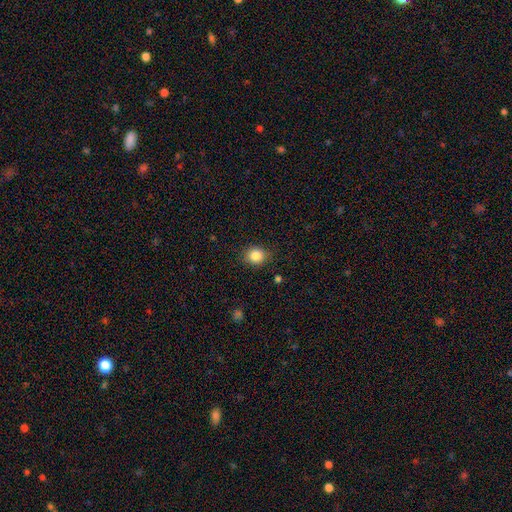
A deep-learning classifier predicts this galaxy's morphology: Smooth or featured? smooth (85%)
How rounded? round (74%)
Merging? none (86%)